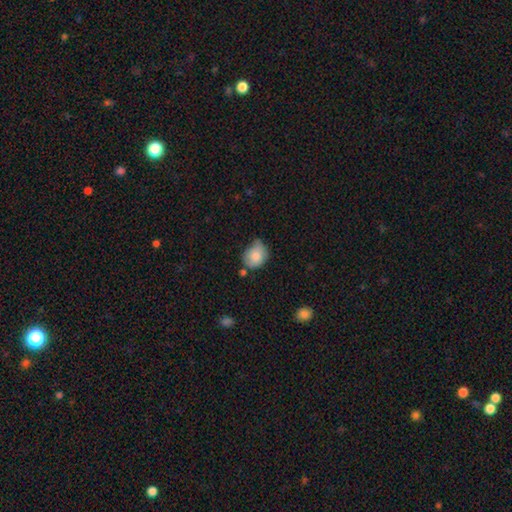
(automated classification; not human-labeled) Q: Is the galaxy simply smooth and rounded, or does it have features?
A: smooth — 81%.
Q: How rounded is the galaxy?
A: round — 53%.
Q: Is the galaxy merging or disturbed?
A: none — 46%.